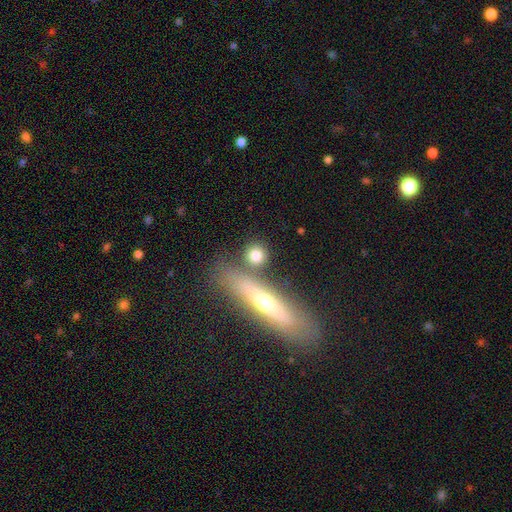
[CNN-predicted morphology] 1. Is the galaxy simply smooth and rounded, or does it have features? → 75% smooth, 15% featured or disk, 9% star or artifact.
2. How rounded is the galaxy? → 74% round, 17% in between, 9% cigar-shaped.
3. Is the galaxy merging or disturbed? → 69% none, 17% merger, 9% minor disturbance, 4% major disturbance.